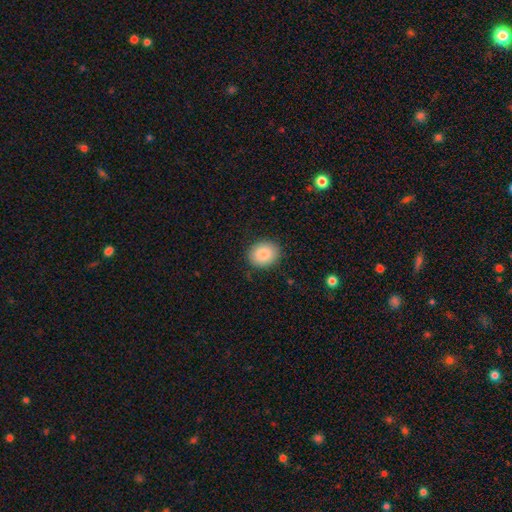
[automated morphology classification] A smooth galaxy with no disk features (86%) that is round (58%). Merging: none (89%).